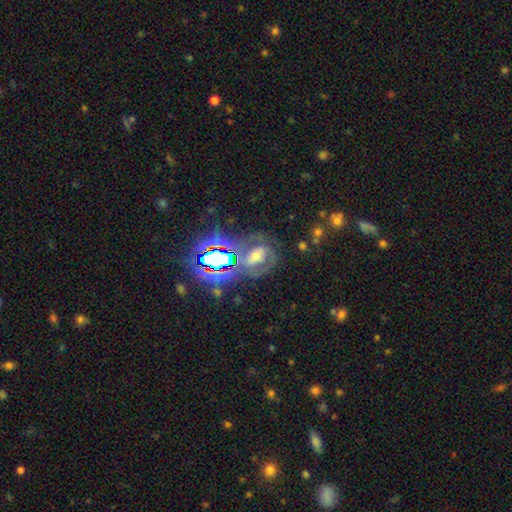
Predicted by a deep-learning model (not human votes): A featured or disk galaxy (53%) with no bar (34%), spiral arms (80%) and a moderate central bulge (54%).

Vote fractions:
- Smooth or featured? featured or disk: 53% / star or artifact: 28% / smooth: 18%
- Edge-on disk? no: 94% / yes: 6%
- Bar? no: 34% / weak: 33% / strong: 33%
- Spiral arms? yes: 80% / no: 20%
- Bulge size? moderate: 54% / small: 28% / large: 12% / none: 4% / dominant: 3%
- Merging? none: 56% / minor disturbance: 18% / major disturbance: 18% / merger: 8%